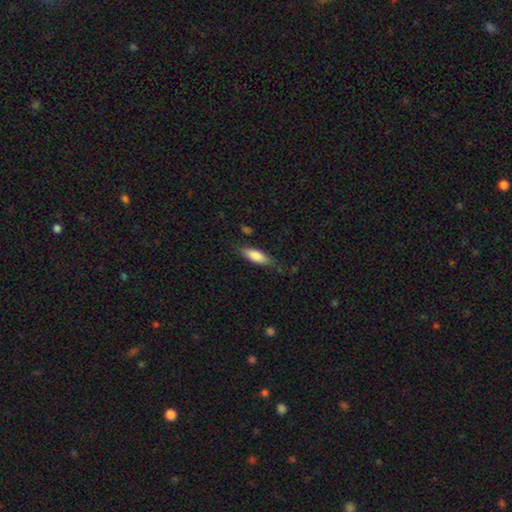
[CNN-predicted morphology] Smooth or featured: smooth — 79% (featured or disk — 15%)
How rounded: in between — 63% (cigar-shaped — 35%)
Merging: none — 73% (minor disturbance — 20%)